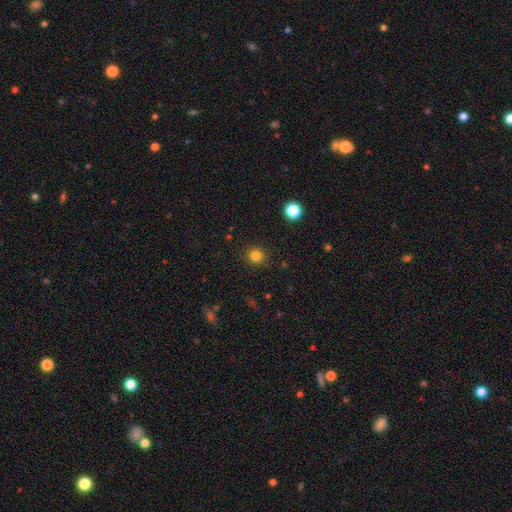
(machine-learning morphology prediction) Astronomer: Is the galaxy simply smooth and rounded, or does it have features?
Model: smooth — 82%.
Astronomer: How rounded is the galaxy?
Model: round — 89%.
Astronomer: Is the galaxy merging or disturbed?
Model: none — 90%.